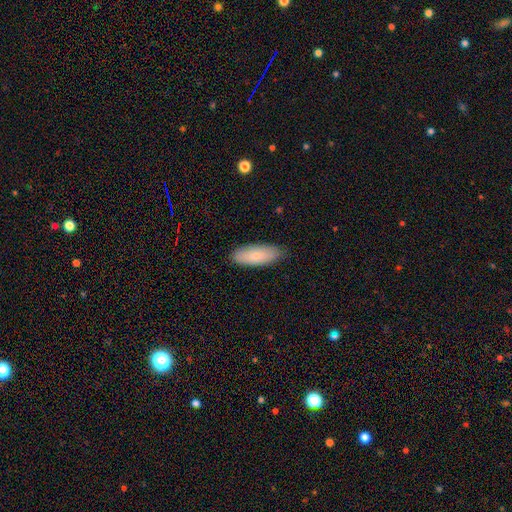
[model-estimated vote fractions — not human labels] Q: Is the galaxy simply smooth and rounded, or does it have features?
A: smooth — 77%.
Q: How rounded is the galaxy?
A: in between — 76%.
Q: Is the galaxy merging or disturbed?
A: none — 85%.